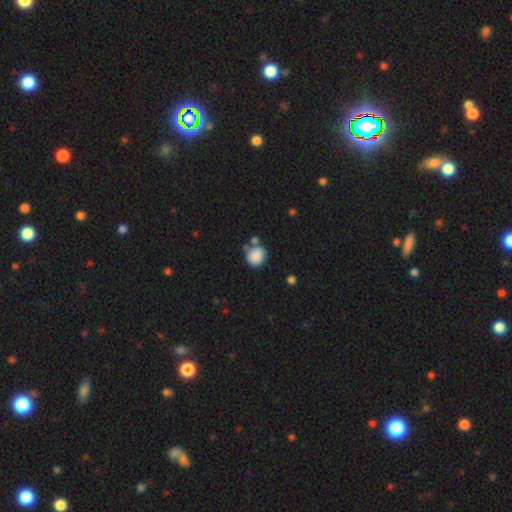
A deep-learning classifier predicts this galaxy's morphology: Q: Smooth or featured?
A: smooth (86%); runner-up: star or artifact (8%)
Q: How rounded?
A: round (78%); runner-up: in between (21%)
Q: Merging?
A: none (57%); runner-up: merger (20%)